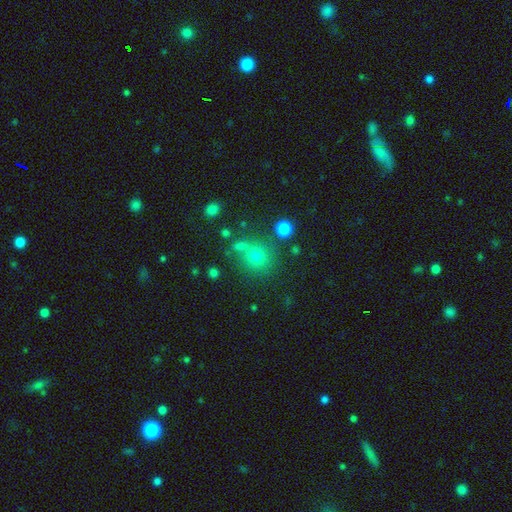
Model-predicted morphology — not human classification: The model was most divided on "merging": none: 67%, merger: 17%, minor disturbance: 11%, major disturbance: 5%. More confident: how rounded — round (86%); smooth or featured — smooth (71%).